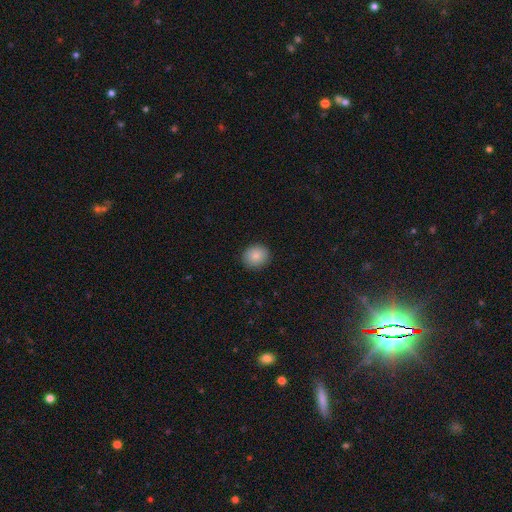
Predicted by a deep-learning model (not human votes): Q: Smooth or featured?
A: smooth (84%); runner-up: star or artifact (9%)
Q: How rounded?
A: round (79%); runner-up: in between (20%)
Q: Merging?
A: none (90%); runner-up: minor disturbance (7%)